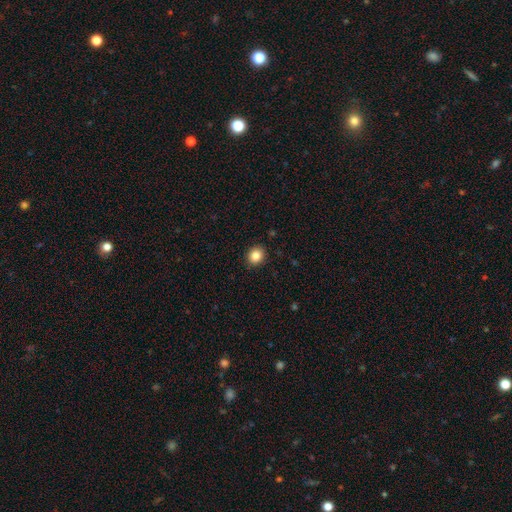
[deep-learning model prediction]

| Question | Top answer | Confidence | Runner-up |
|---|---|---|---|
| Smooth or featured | smooth | 85% | star or artifact (10%) |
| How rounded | round | 73% | in between (26%) |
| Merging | none | 91% | minor disturbance (6%) |